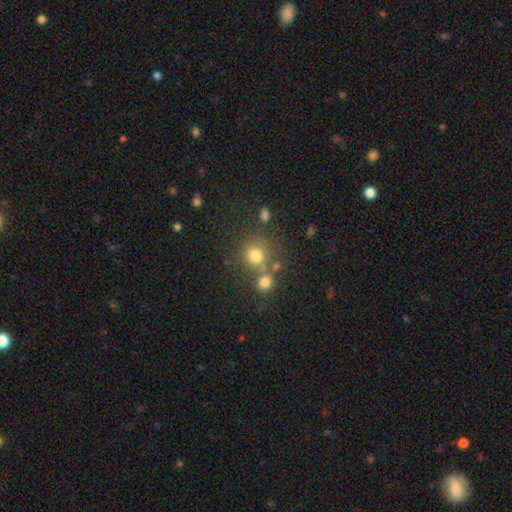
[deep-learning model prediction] A smooth galaxy with no disk features (74%) that is round (87%). Merging: none (62%).